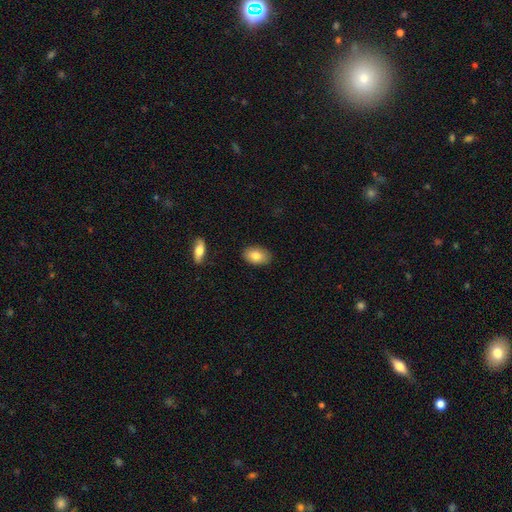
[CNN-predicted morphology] Overall: smooth (81%). How rounded: in between (91%). Merging: none (86%).